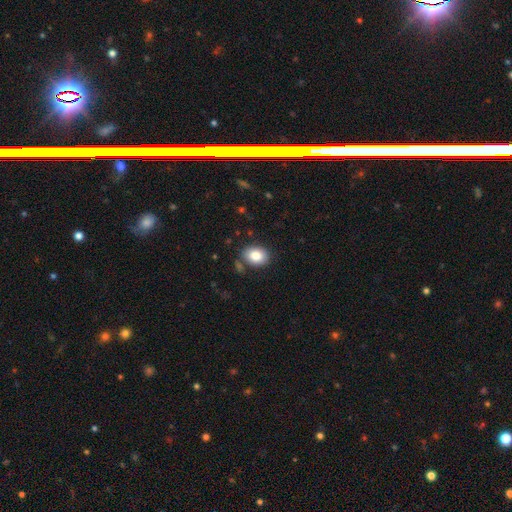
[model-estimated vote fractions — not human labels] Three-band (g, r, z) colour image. It shows a smooth galaxy with no disk features (84%) that is in between round and cigar-shaped (65%). Merging: none (81%).